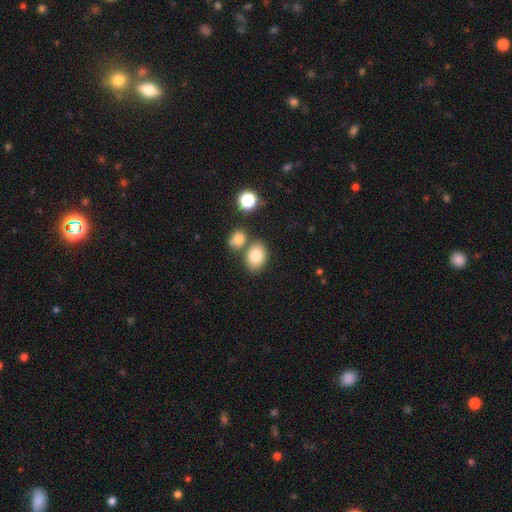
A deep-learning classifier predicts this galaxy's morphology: smooth_or_featured: smooth (p=0.81) [alt: star or artifact p=0.10]
how_rounded: in between (p=0.71) [alt: round p=0.28]
merging: none (p=0.68) [alt: merger p=0.18]